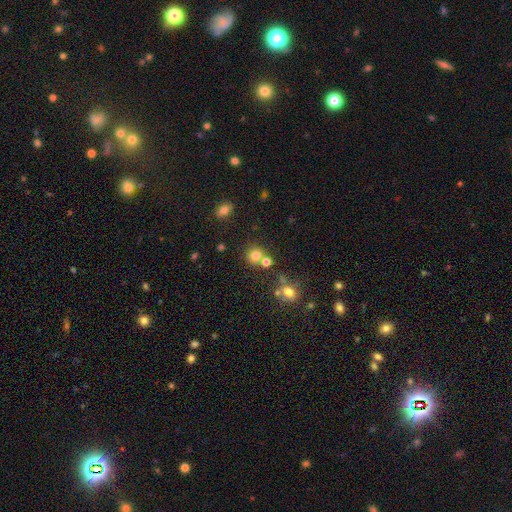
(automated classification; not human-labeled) smooth 75%, star or artifact 16%, featured or disk 9%. Down the decision tree: how rounded — round (87%); merging — none (64%).